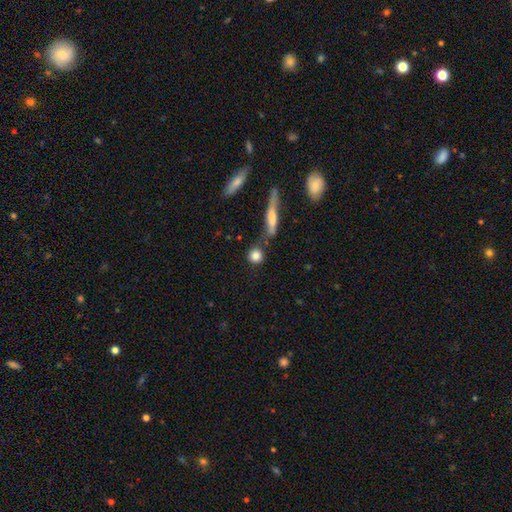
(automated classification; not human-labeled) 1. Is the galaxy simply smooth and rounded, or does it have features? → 82% smooth, 9% featured or disk, 9% star or artifact.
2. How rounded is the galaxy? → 85% round, 10% in between, 5% cigar-shaped.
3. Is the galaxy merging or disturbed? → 69% none, 14% merger, 12% minor disturbance, 5% major disturbance.